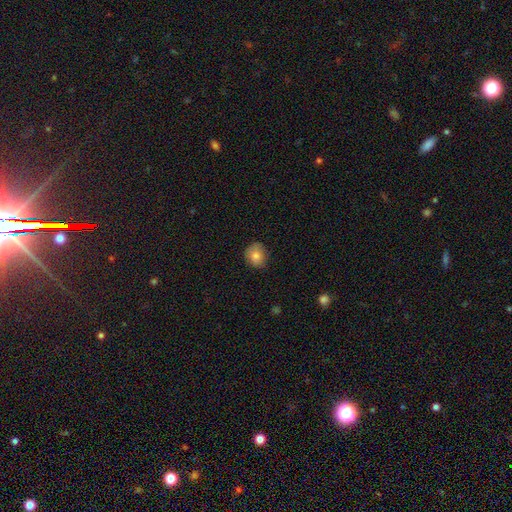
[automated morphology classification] A smooth galaxy with no disk features (81%) that is round (71%).

Vote fractions:
- Smooth or featured? smooth: 81% / featured or disk: 10% / star or artifact: 9%
- How rounded? round: 71% / in between: 28% / cigar-shaped: 1%
- Merging? none: 77% / minor disturbance: 19% / major disturbance: 4% / merger: 1%